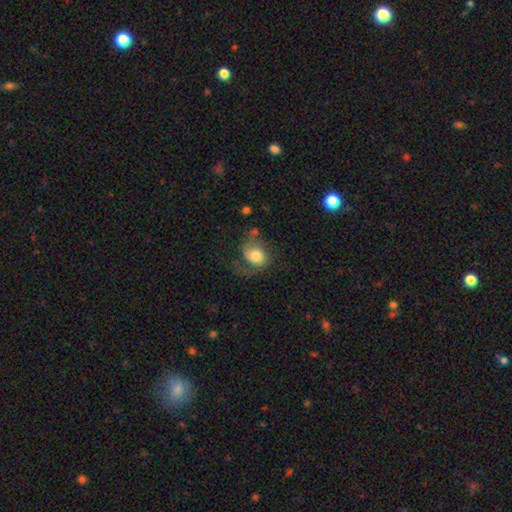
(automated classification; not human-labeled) Smooth or featured? Predicted: smooth (p=0.51). How rounded? Predicted: in between (p=0.50). Merging? Predicted: none (p=0.40).